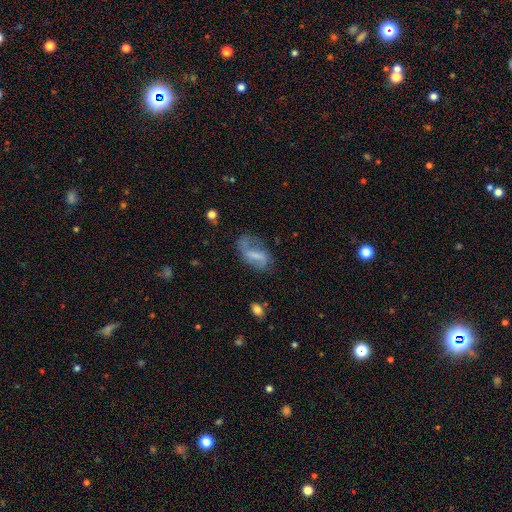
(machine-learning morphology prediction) smooth-or-featured: featured or disk: 55% | smooth: 36% | star or artifact: 9%
  disk-edge-on: no: 95% | yes: 5%
    bar: weak: 43% | strong: 32% | no: 25%
    has-spiral-arms: yes: 67% | no: 33%
    bulge-size: none: 39% | small: 32% | moderate: 22% | large: 5% | dominant: 1%
  merging: none: 46% | minor disturbance: 26% | major disturbance: 23% | merger: 4%